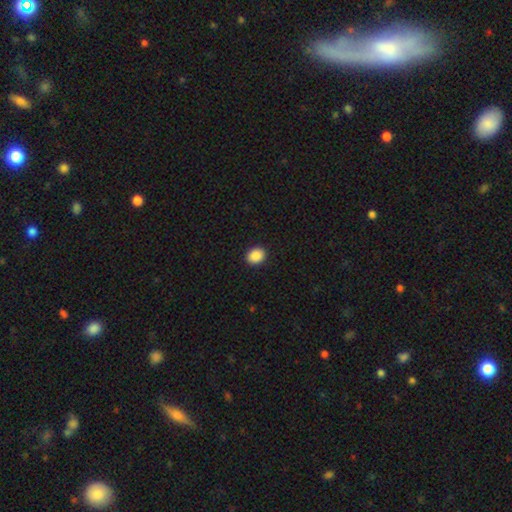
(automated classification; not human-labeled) The model was most divided on "how rounded": round: 53%, in between: 46%, cigar-shaped: 1%. More confident: merging — none (91%); smooth or featured — smooth (89%).